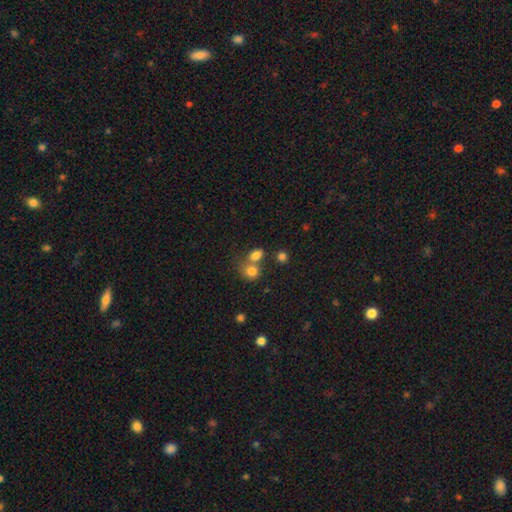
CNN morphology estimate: This appears to be a smooth galaxy with no disk features (79%) that is in between round and cigar-shaped (51%). Merging: merger (45%).